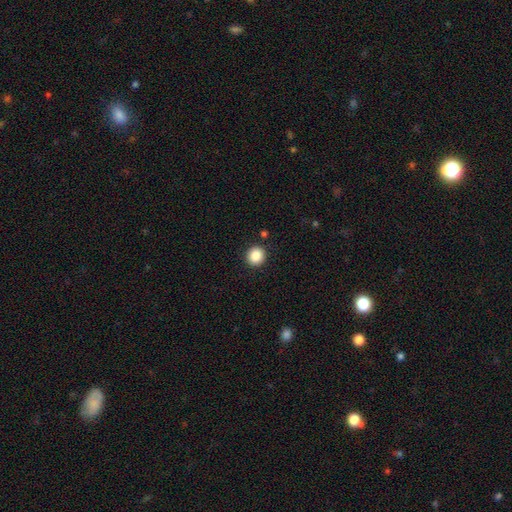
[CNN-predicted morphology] Overall: smooth (87%). How rounded: round (91%). Merging: none (90%).